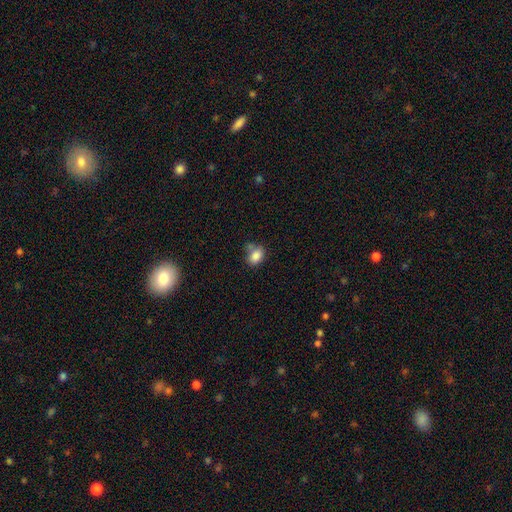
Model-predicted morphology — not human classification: A smooth galaxy with no disk features (84%) that is in between round and cigar-shaped (72%). Merging: none (53%).